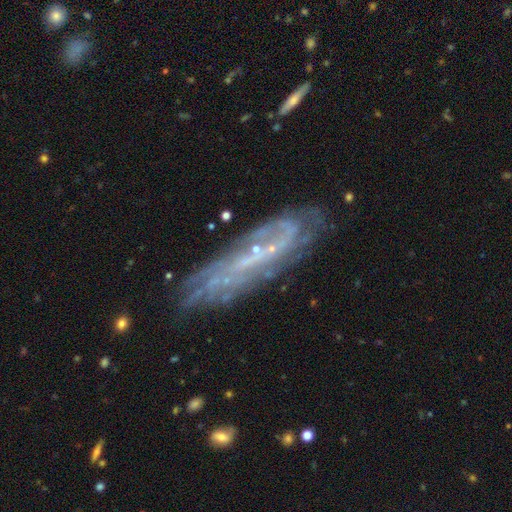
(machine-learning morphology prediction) Smooth or featured: featured or disk — 78% (smooth — 12%)
Edge-on disk: no — 72% (yes — 28%)
Bar: no — 41% (weak — 37%)
Spiral arms: yes — 83% (no — 17%)
Bulge size: small — 72% (none — 15%)
Merging: none — 71% (minor disturbance — 17%)